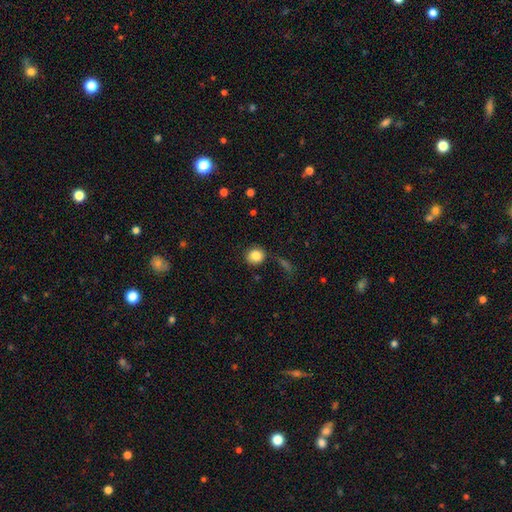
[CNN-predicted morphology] Smooth or featured?
  - smooth: 85% *
  - star or artifact: 9%
  - featured or disk: 6%
How rounded?
  - round: 86% *
  - in between: 13%
  - cigar-shaped: 1%
Merging?
  - none: 81% *
  - minor disturbance: 11%
  - major disturbance: 4%
  - merger: 4%